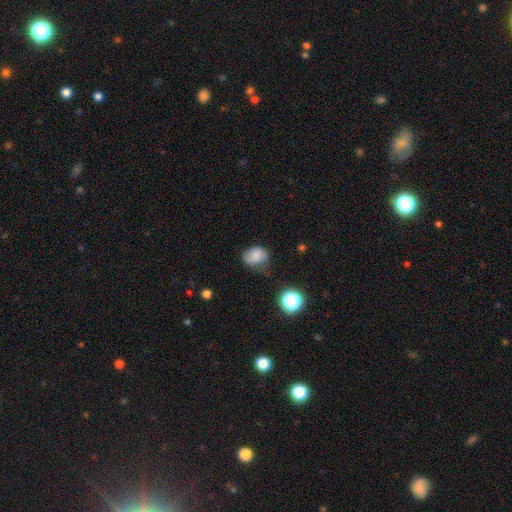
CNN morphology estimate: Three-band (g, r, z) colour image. It shows a smooth galaxy with no disk features (66%) that is in between round and cigar-shaped (57%). Merging: none (49%).